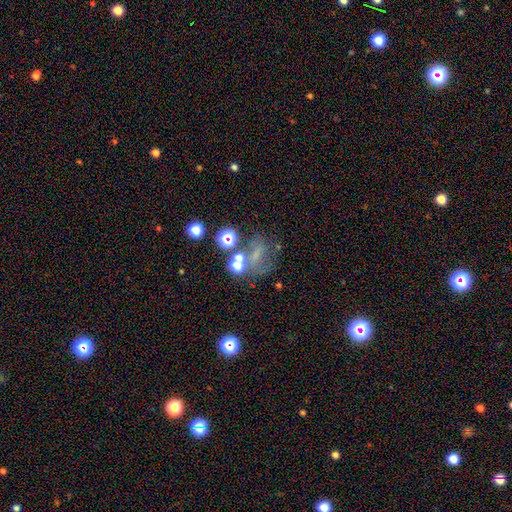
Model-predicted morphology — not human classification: The model was most divided on "smooth or featured" (2-way tie): star or artifact: 34%, featured or disk: 34%, smooth: 33%.